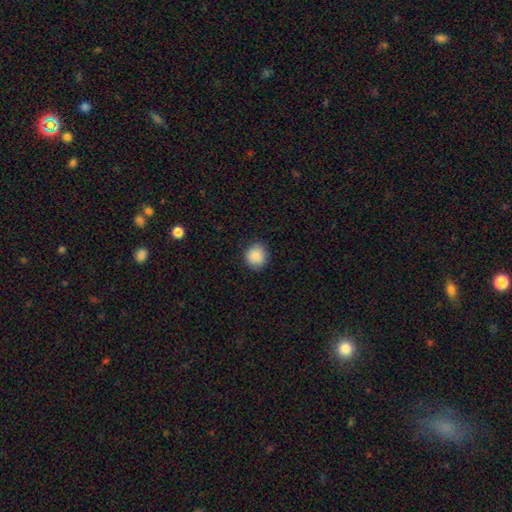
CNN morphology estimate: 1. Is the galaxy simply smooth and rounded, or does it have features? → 89% smooth, 8% star or artifact, 3% featured or disk.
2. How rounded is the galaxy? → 81% round, 18% in between, 1% cigar-shaped.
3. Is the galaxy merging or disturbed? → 87% none, 9% minor disturbance, 2% major disturbance, 1% merger.